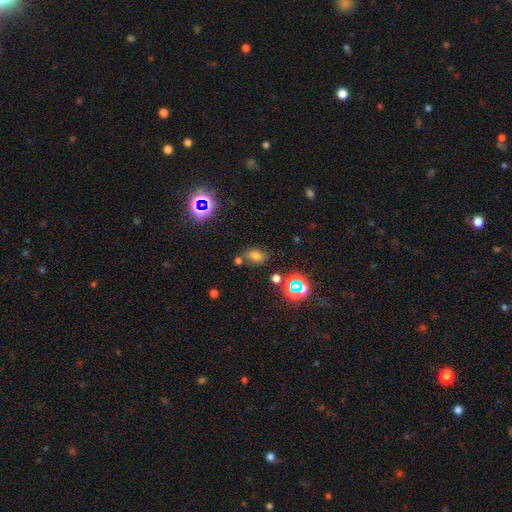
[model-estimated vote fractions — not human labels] Smooth or featured? smooth (64%)
How rounded? in between (79%)
Merging? none (67%)